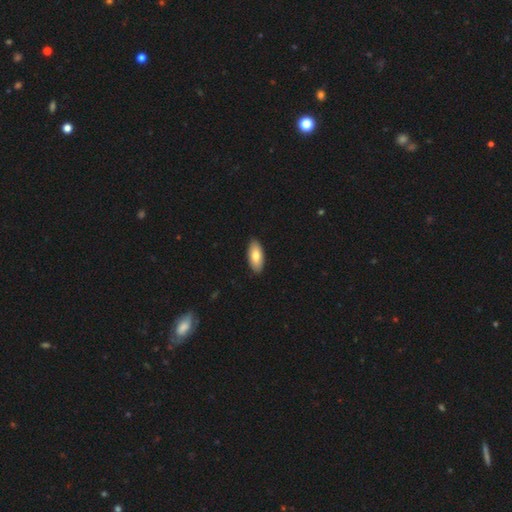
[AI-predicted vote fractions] Smooth or featured?
  - smooth: 79% *
  - featured or disk: 16%
  - star or artifact: 6%
How rounded?
  - in between: 89% *
  - cigar-shaped: 9%
  - round: 2%
Merging?
  - none: 90% *
  - minor disturbance: 8%
  - major disturbance: 1%
  - merger: 1%